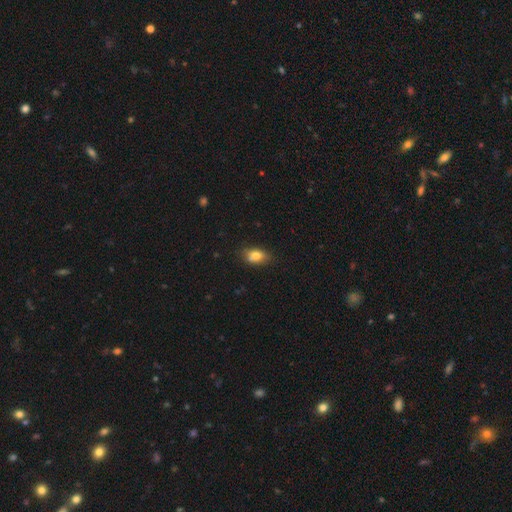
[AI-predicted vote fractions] smooth-or-featured: smooth: 76% | featured or disk: 14% | star or artifact: 9%
  how-rounded: in between: 83% | round: 13% | cigar-shaped: 3%
  merging: none: 66% | minor disturbance: 21% | merger: 9% | major disturbance: 4%